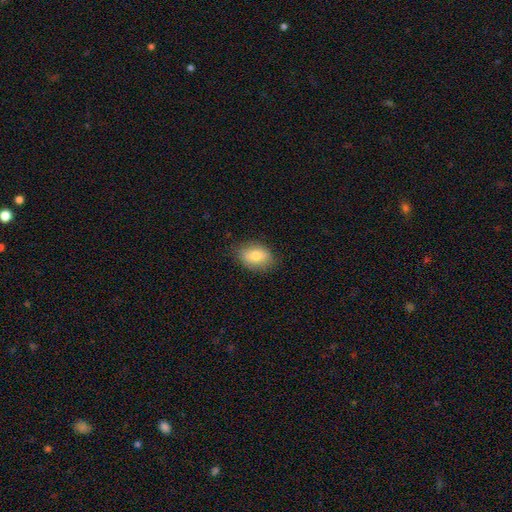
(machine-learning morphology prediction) type=smooth (77%); roundness=in between (84%); merging=none (81%).